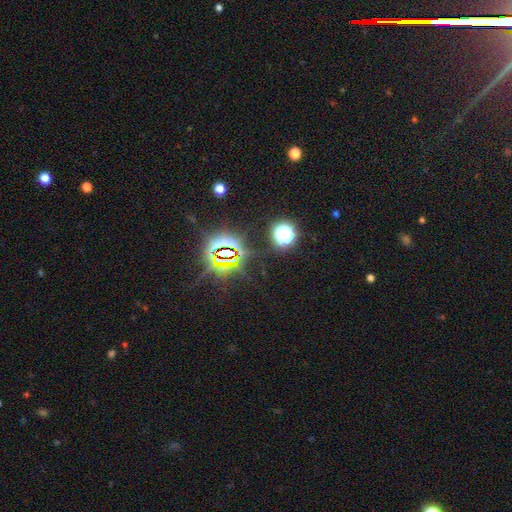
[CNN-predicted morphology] Smooth or featured: star or artifact — 81% (smooth — 12%)